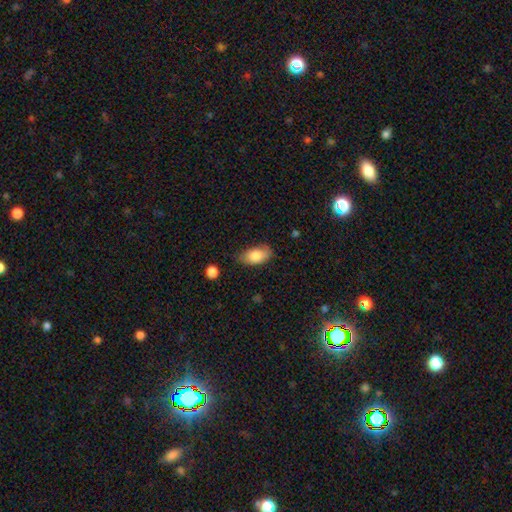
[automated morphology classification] smooth_or_featured: smooth (p=0.82) [alt: featured or disk p=0.11]
how_rounded: in between (p=0.92) [alt: round p=0.04]
merging: none (p=0.75) [alt: minor disturbance p=0.20]